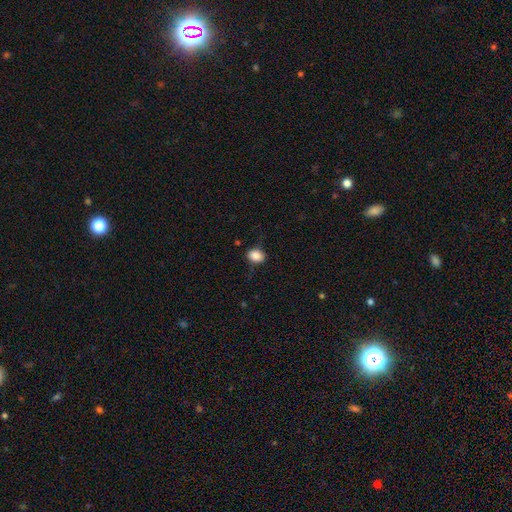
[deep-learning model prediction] Q: Smooth or featured?
A: smooth (87%); runner-up: star or artifact (9%)
Q: How rounded?
A: in between (58%); runner-up: round (41%)
Q: Merging?
A: none (77%); runner-up: minor disturbance (18%)